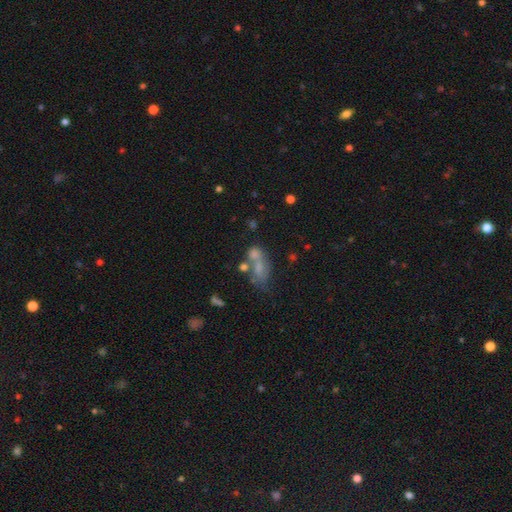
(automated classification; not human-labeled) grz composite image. It shows a smooth galaxy with no disk features (47%). Merging: merger (38%).